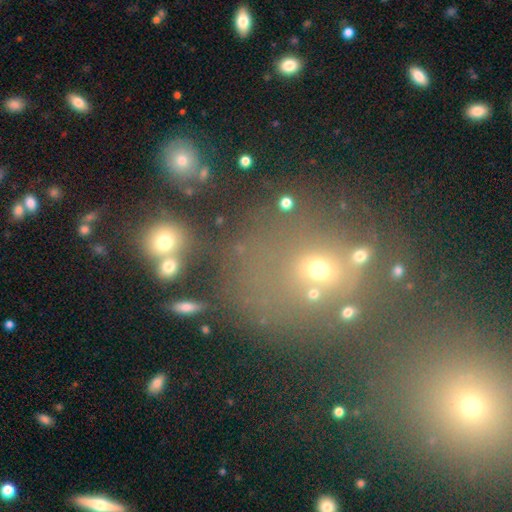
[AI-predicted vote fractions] A smooth galaxy with no disk features (44%). Merging: none (61%).